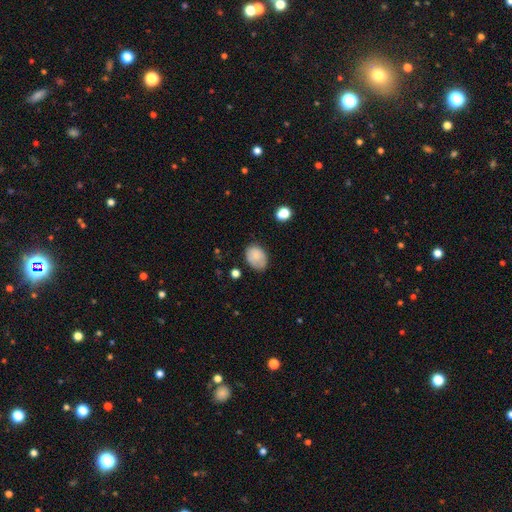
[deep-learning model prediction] Smooth or featured? Predicted: smooth (p=0.79). How rounded? Predicted: in between (p=0.74). Merging? Predicted: none (p=0.65).